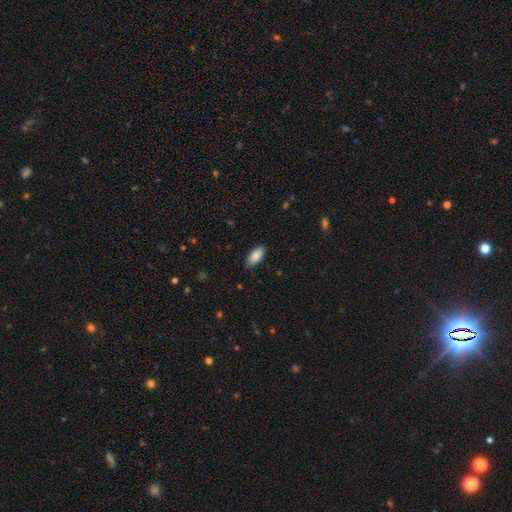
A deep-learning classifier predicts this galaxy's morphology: Overall: smooth (89%). How rounded: in between (90%). Merging: none (85%).